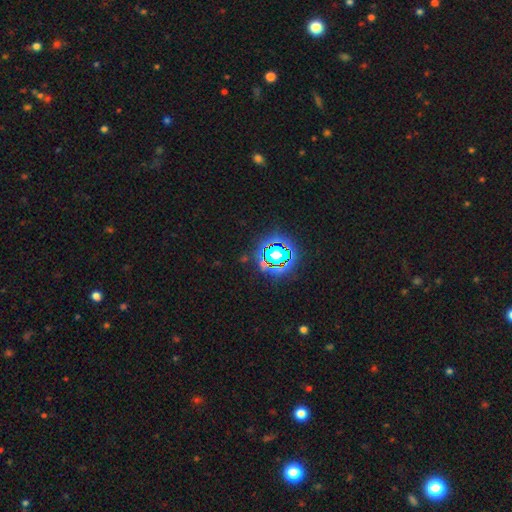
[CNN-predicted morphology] star or artifact 81%, smooth 11%, featured or disk 7%.